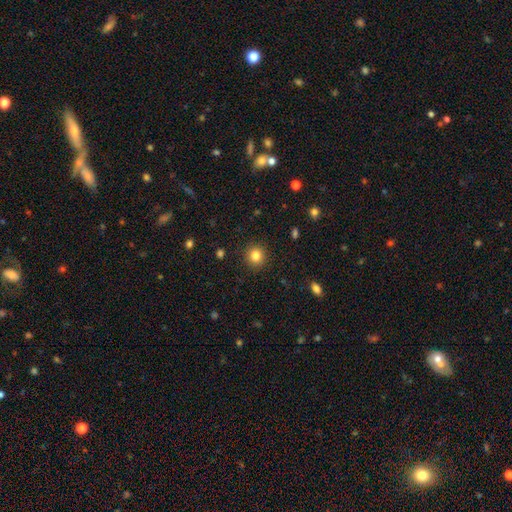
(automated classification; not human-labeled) Smooth or featured? Predicted: smooth (p=0.83). How rounded? Predicted: round (p=0.91). Merging? Predicted: none (p=0.91).